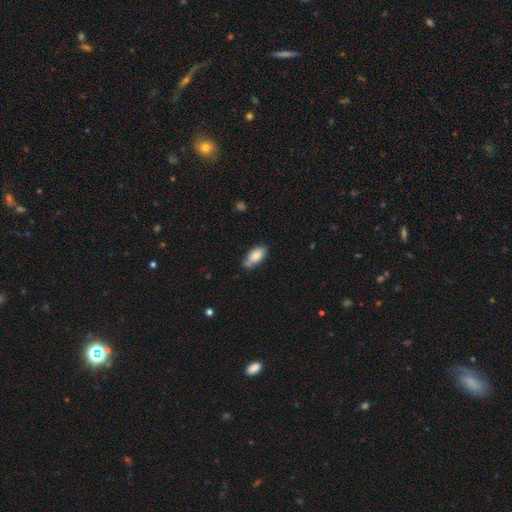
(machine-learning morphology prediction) This is clearly a smooth galaxy (80%). How rounded: clearly in between (91%). Merging: likely none (64%).